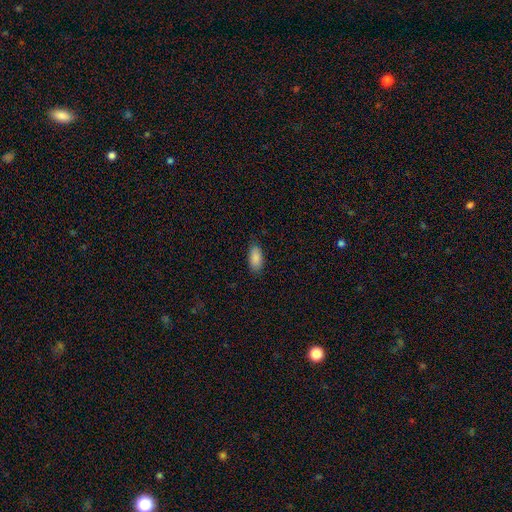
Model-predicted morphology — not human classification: smooth 88%, star or artifact 7%, featured or disk 5%. Down the decision tree: how rounded — in between (90%); merging — none (84%).